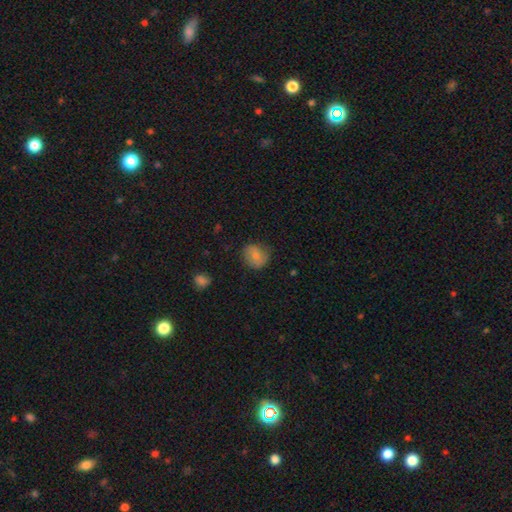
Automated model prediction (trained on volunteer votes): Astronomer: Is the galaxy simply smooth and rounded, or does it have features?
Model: smooth — 74%.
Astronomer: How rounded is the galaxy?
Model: round — 74%.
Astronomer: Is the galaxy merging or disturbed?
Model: none — 72%.